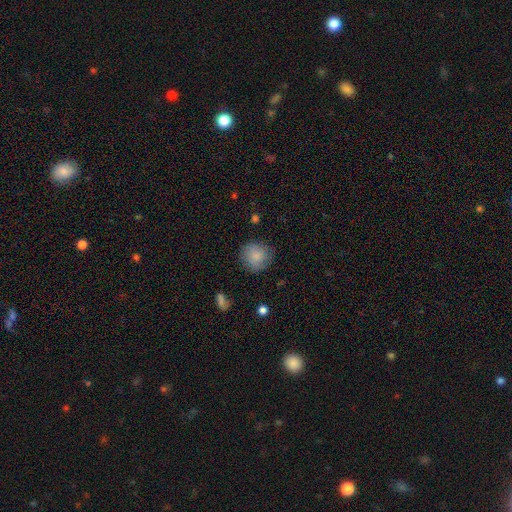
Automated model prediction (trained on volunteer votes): A smooth galaxy with no disk features (83%) that is round (88%).

Vote fractions:
- Smooth or featured? smooth: 83% / featured or disk: 10% / star or artifact: 8%
- How rounded? round: 88% / in between: 11% / cigar-shaped: 1%
- Merging? none: 79% / minor disturbance: 16% / major disturbance: 4% / merger: 1%